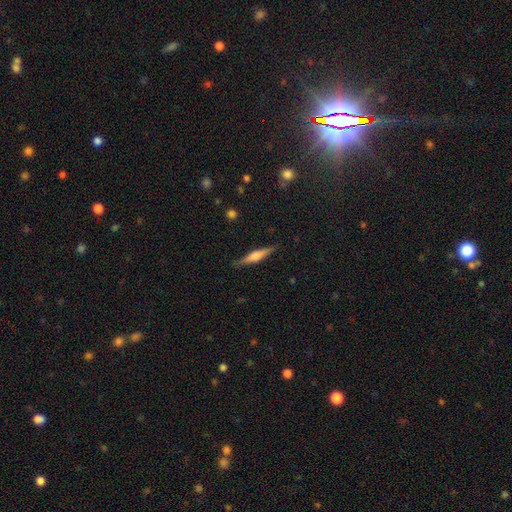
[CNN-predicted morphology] Smooth or featured?
  - featured or disk: 56% *
  - smooth: 38%
  - star or artifact: 7%
Edge-on disk?
  - yes: 97% *
  - no: 3%
Edge-on bulge?
  - rounded: 71% *
  - boxy: 20%
  - none: 9%
Merging?
  - none: 88% *
  - minor disturbance: 9%
  - major disturbance: 2%
  - merger: 1%